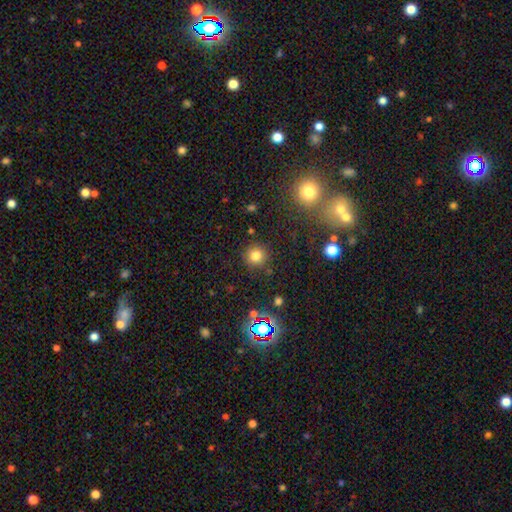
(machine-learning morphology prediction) Smooth or featured? Predicted: smooth (p=0.76). How rounded? Predicted: round (p=0.94). Merging? Predicted: none (p=0.88).